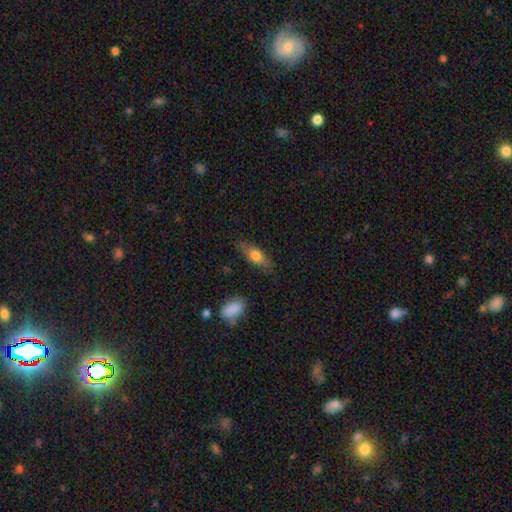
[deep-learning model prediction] smooth 63%, featured or disk 31%, star or artifact 7%. Down the decision tree: how rounded — in between (55%); merging — none (80%).